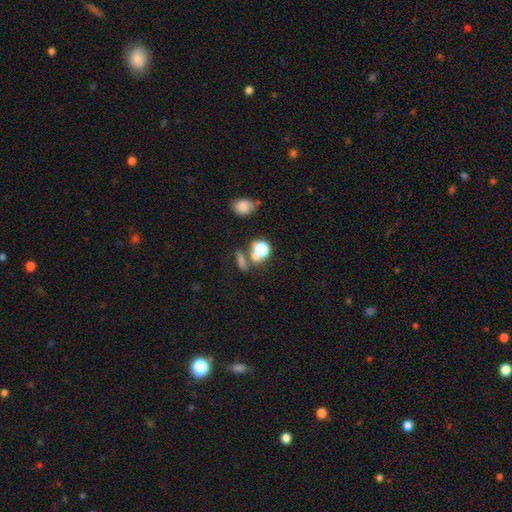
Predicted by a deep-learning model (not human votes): A smooth galaxy with no disk features (62%) that is round (58%). Merging: none (50%).